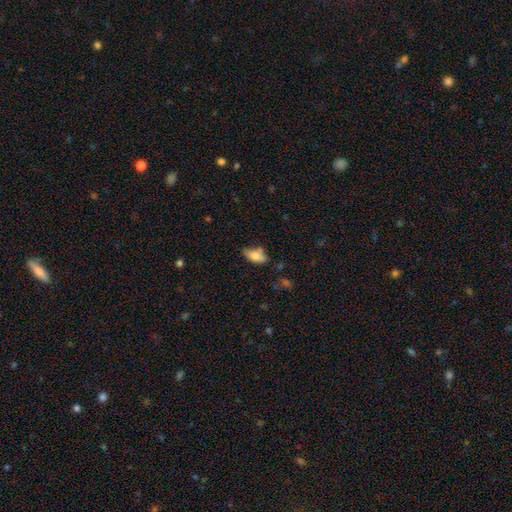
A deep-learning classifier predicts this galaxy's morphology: type=smooth (79%); roundness=in between (89%); merging=none (61%).